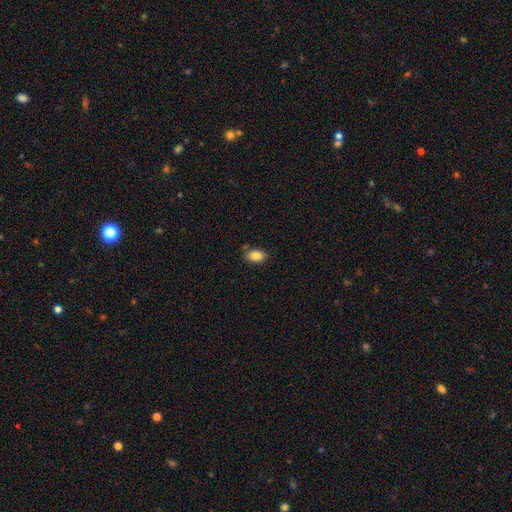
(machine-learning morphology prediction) smooth_or_featured: smooth (p=0.86) [alt: star or artifact p=0.08]
how_rounded: in between (p=0.89) [alt: round p=0.10]
merging: none (p=0.79) [alt: minor disturbance p=0.13]